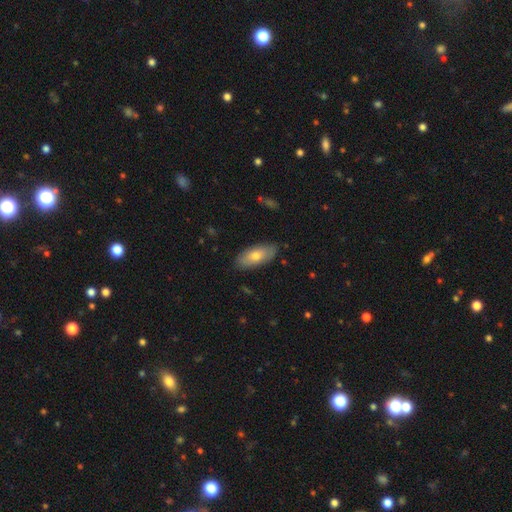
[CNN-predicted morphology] This is likely a smooth galaxy (71%). How rounded: clearly in between (87%). Merging: clearly none (85%).